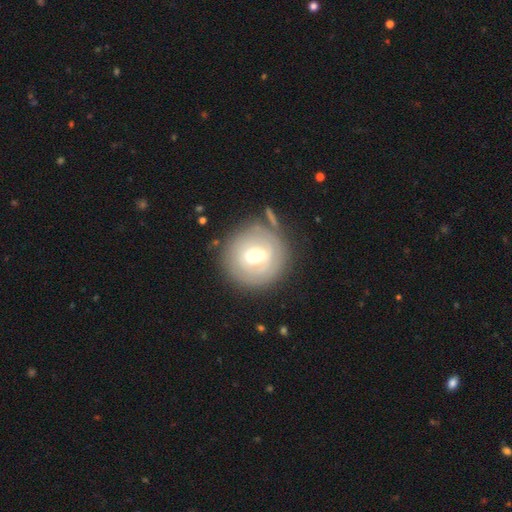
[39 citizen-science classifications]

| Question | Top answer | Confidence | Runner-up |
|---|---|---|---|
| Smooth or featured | featured or disk | 74% | smooth (23%) |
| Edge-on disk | no | 100% | — |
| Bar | weak | 48% | strong (28%) |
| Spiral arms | no | 52% | yes (48%) |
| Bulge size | moderate | 69% | small (17%) |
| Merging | none | 92% | merger (5%) |